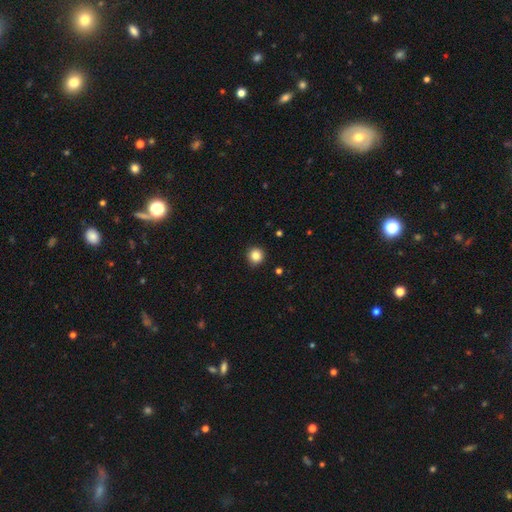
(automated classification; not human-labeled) Morphology: type=smooth (86%); roundness=round (95%); merging=none (92%).